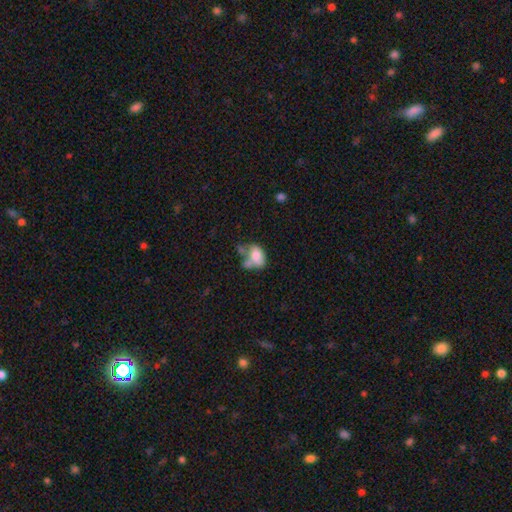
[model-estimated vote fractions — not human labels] A smooth galaxy with no disk features (70%) that is in between round and cigar-shaped (82%). Merging: merger (39%).